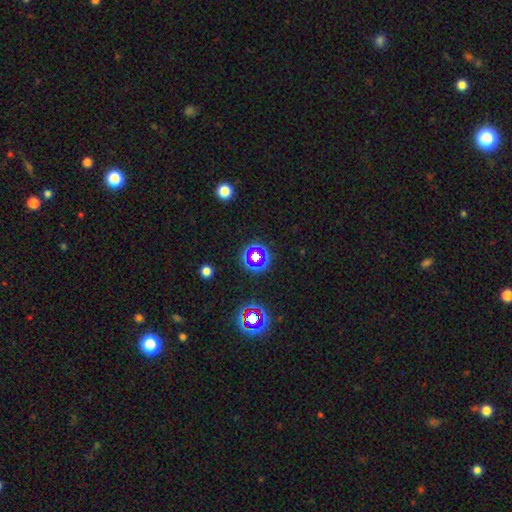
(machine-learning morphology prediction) Smooth or featured? Predicted: star or artifact (p=0.50).